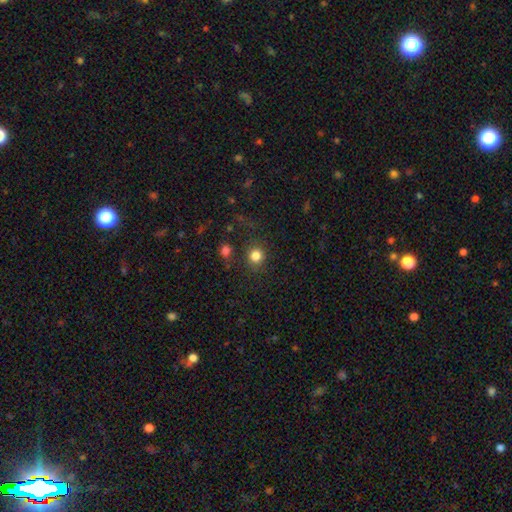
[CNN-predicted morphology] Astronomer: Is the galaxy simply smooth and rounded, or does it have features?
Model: smooth — 82%.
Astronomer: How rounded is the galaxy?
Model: round — 90%.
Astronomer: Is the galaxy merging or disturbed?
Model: none — 83%.